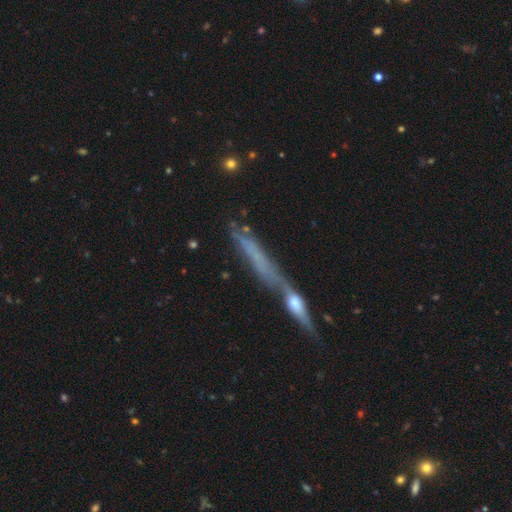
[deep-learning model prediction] Smooth or featured? featured or disk (54%)
Edge-on disk? yes (82%)
Merging? none (45%)